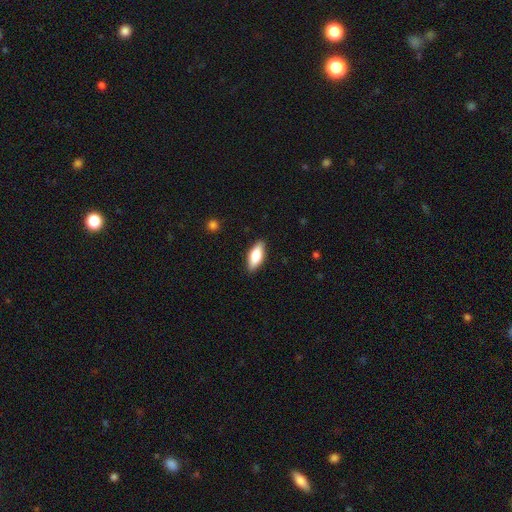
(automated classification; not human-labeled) Smooth or featured: smooth — 74% (featured or disk — 19%)
How rounded: in between — 78% (cigar-shaped — 20%)
Merging: none — 87% (minor disturbance — 9%)